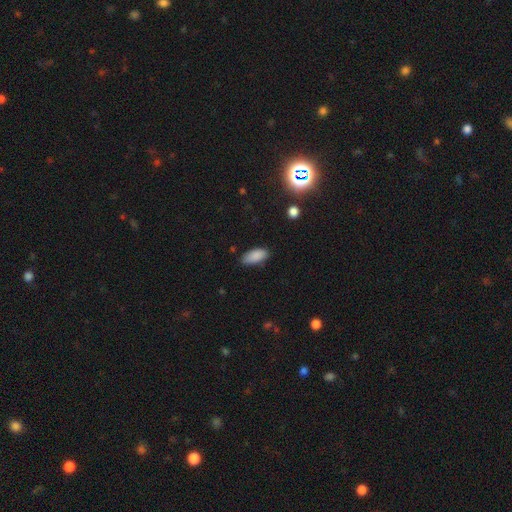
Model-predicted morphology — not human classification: type=smooth (88%); roundness=in between (89%); merging=none (80%).